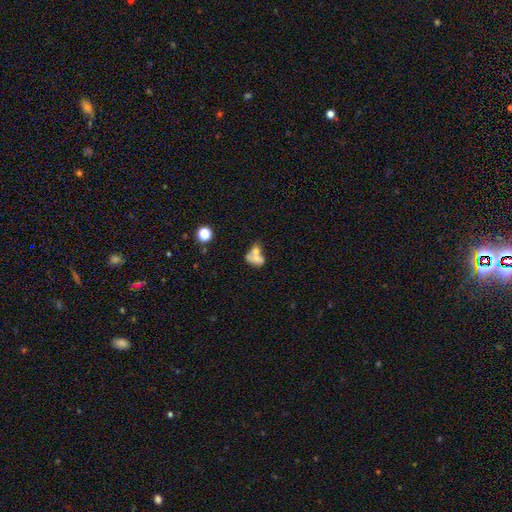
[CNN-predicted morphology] smooth 52%, featured or disk 36%, star or artifact 12%. Down the decision tree: how rounded — in between (63%); merging — merger (65%).